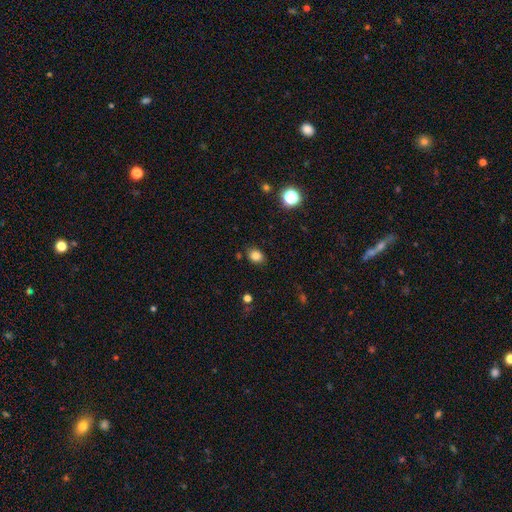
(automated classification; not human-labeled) Smooth or featured?
  - smooth: 83% *
  - star or artifact: 12%
  - featured or disk: 5%
How rounded?
  - in between: 53% *
  - round: 46%
  - cigar-shaped: 1%
Merging?
  - none: 84% *
  - minor disturbance: 11%
  - major disturbance: 3%
  - merger: 2%